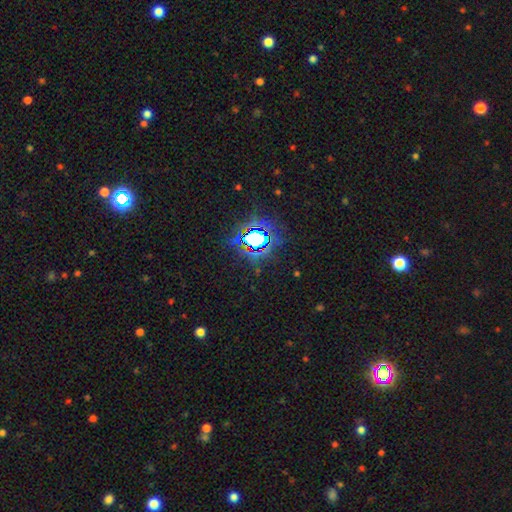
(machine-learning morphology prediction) A star or artifact, not a galaxy (79%).